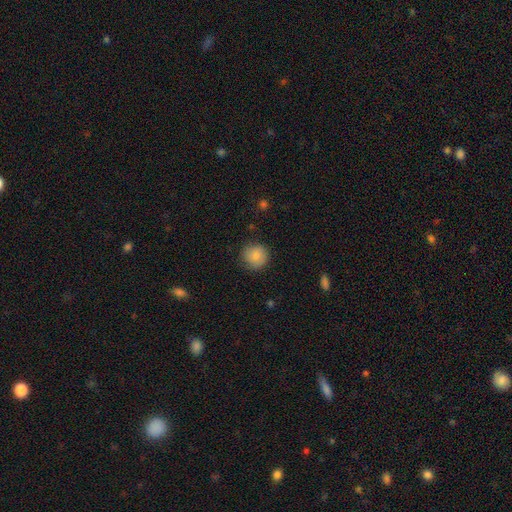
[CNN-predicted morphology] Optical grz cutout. It shows a smooth galaxy with no disk features (85%) that is round (93%). Merging: none (84%).